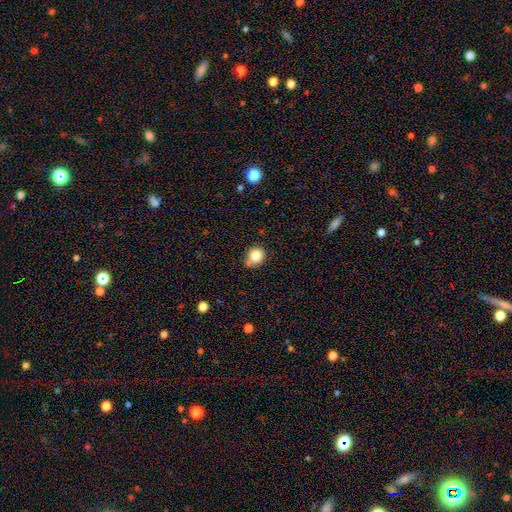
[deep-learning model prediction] Smooth or featured: smooth — 83% (star or artifact — 11%)
How rounded: round — 79% (in between — 21%)
Merging: none — 75% (minor disturbance — 17%)